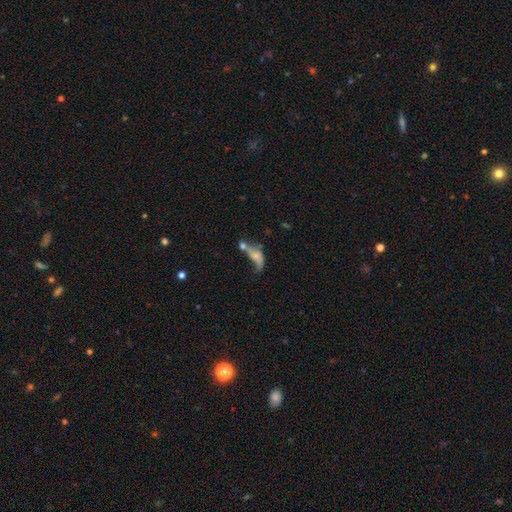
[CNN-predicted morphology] A smooth galaxy with no disk features (52%) that is in between round and cigar-shaped (75%).

Vote fractions:
- Smooth or featured? smooth: 52% / featured or disk: 36% / star or artifact: 12%
- How rounded? in between: 75% / cigar-shaped: 18% / round: 7%
- Merging? merger: 44% / major disturbance: 25% / none: 18% / minor disturbance: 13%